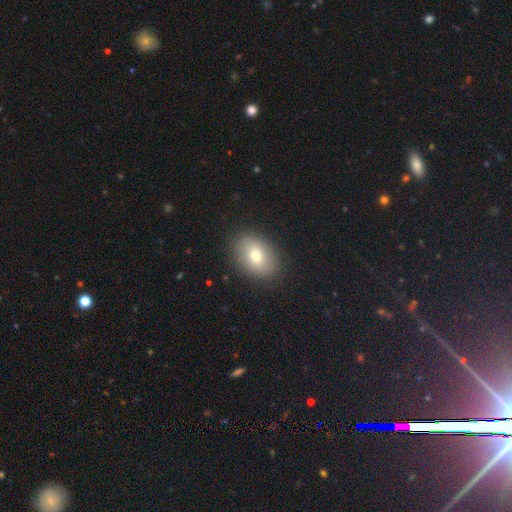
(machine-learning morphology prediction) This appears to be a smooth galaxy with no disk features (74%) that is in between round and cigar-shaped (73%). Merging: none (87%).